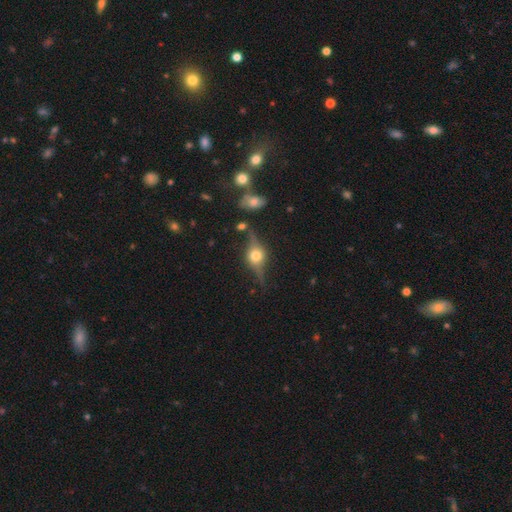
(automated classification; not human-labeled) Q: Smooth or featured?
A: featured or disk (73%); runner-up: smooth (18%)
Q: Edge-on disk?
A: yes (90%); runner-up: no (10%)
Q: Edge-on bulge?
A: rounded (95%); runner-up: boxy (3%)
Q: Merging?
A: none (74%); runner-up: minor disturbance (15%)